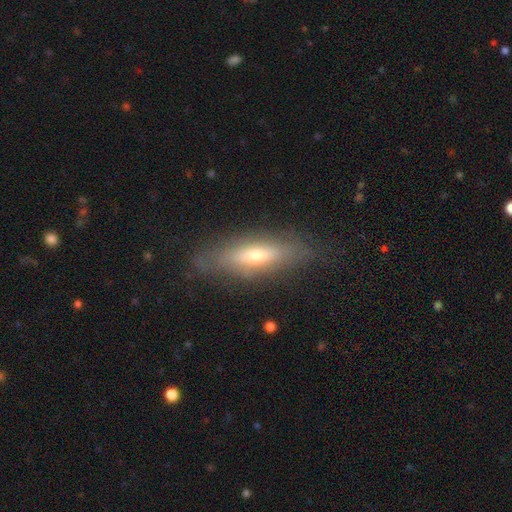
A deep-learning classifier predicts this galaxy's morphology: Overall: featured or disk (51%; smooth 41%). Edge-on disk: yes (71%). Merging: none (81%).